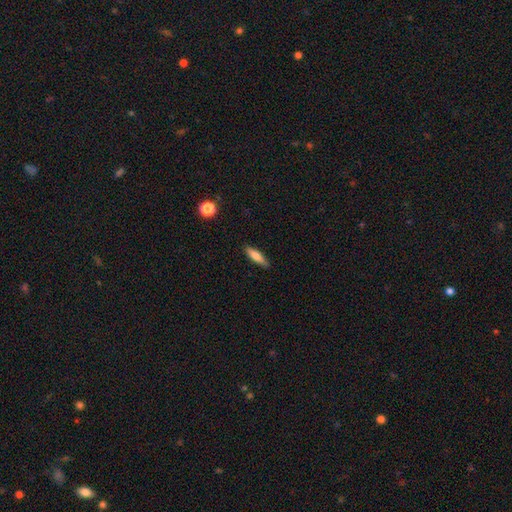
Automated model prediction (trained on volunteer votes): Smooth or featured?
  - smooth: 73% *
  - featured or disk: 20%
  - star or artifact: 7%
How rounded?
  - cigar-shaped: 66% *
  - in between: 32%
  - round: 2%
Merging?
  - none: 86% *
  - minor disturbance: 11%
  - major disturbance: 2%
  - merger: 1%